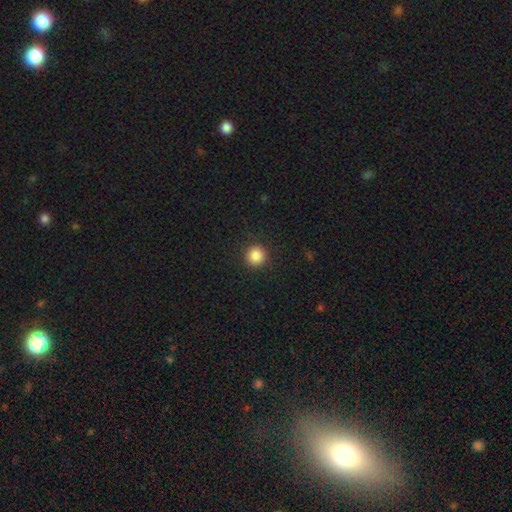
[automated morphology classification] Smooth or featured?
  - smooth: 86% *
  - star or artifact: 10%
  - featured or disk: 3%
How rounded?
  - round: 95% *
  - in between: 4%
  - cigar-shaped: 1%
Merging?
  - none: 92% *
  - minor disturbance: 5%
  - major disturbance: 2%
  - merger: 1%